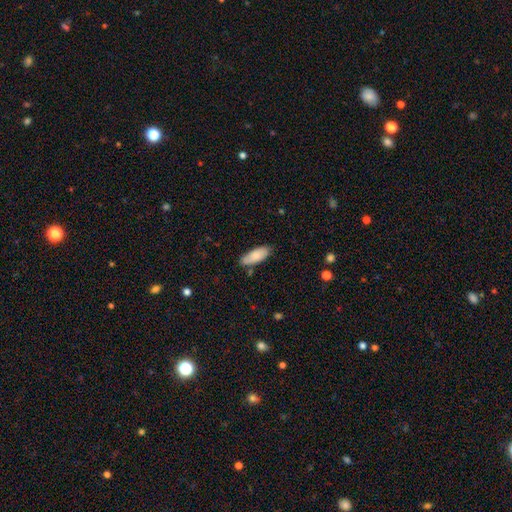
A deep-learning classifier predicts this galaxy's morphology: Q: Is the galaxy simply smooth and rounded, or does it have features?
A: smooth — 81%.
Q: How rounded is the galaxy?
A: in between — 78%.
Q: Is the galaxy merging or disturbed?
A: none — 78%.